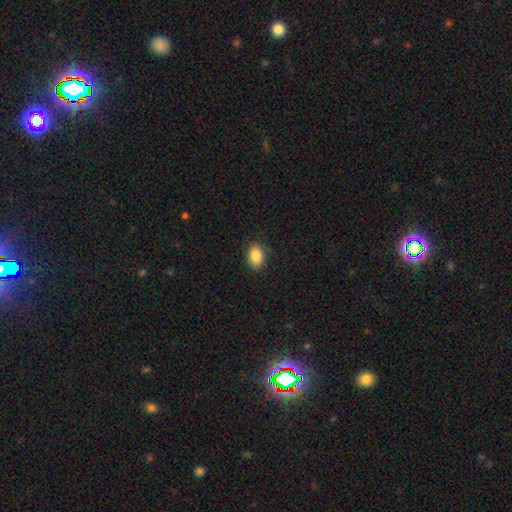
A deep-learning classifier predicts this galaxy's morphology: This appears to be a smooth galaxy with no disk features (88%) that is in between round and cigar-shaped (85%). Merging: none (86%).